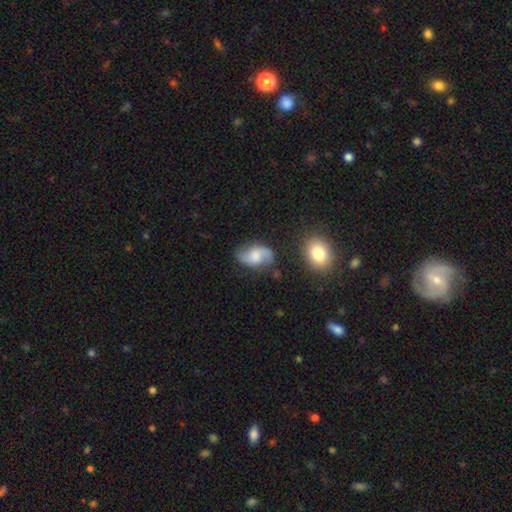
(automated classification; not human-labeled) Smooth or featured? Predicted: featured or disk (p=0.62). Edge-on disk? Predicted: no (p=0.97). Bar? Predicted: no (p=0.56). Spiral arms? Predicted: yes (p=0.91). Spiral winding? Predicted: loose (p=0.56). Spiral arm count? Predicted: 2 (p=0.88). Bulge size? Predicted: moderate (p=0.39). Merging? Predicted: none (p=0.65).